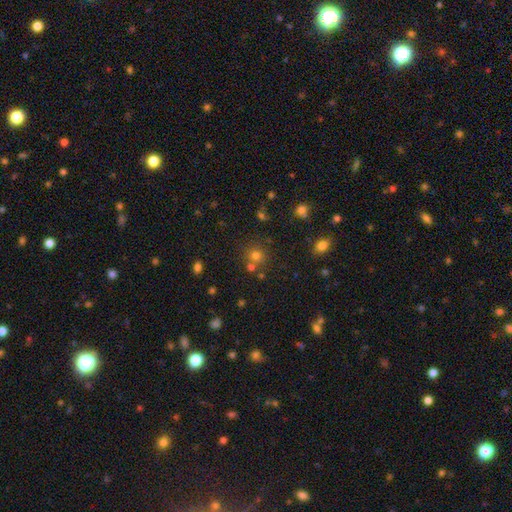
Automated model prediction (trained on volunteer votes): This appears to be a smooth galaxy with no disk features (69%) that is round (90%). Merging: none (70%).